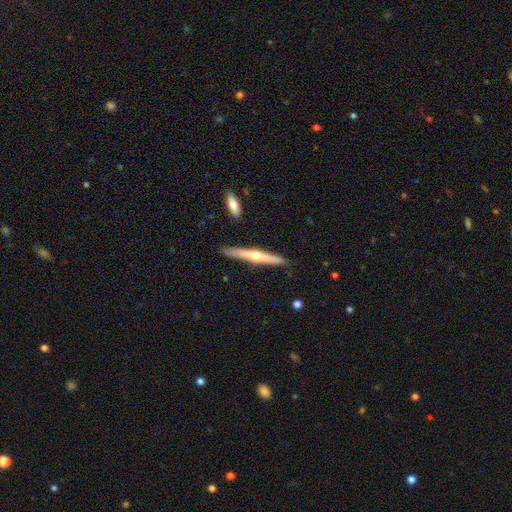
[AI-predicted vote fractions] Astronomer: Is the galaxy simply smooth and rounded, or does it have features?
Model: featured or disk — 63%.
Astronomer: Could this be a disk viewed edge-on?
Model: yes — 96%.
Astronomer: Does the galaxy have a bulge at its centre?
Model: rounded — 85%.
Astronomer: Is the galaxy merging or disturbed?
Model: none — 87%.